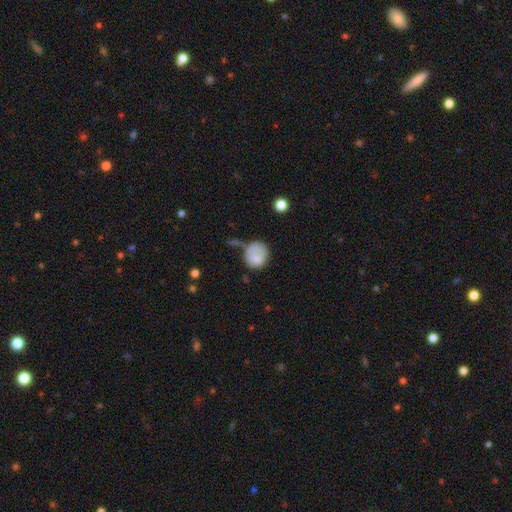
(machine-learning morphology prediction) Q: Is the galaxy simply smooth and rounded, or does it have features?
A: smooth — 76%.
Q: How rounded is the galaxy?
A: round — 69%.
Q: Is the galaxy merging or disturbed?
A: none — 40%.